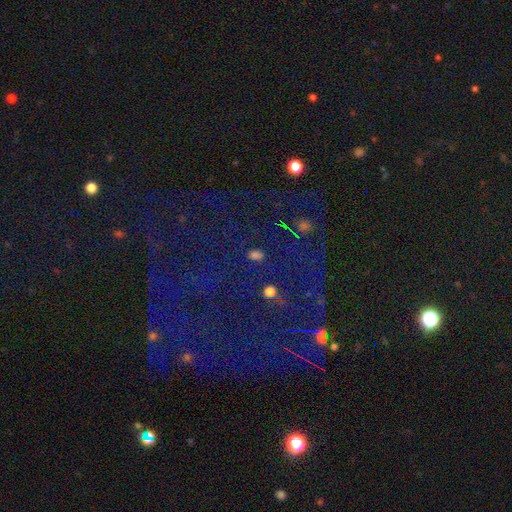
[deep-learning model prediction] Smooth or featured: star or artifact — 57% (smooth — 33%)